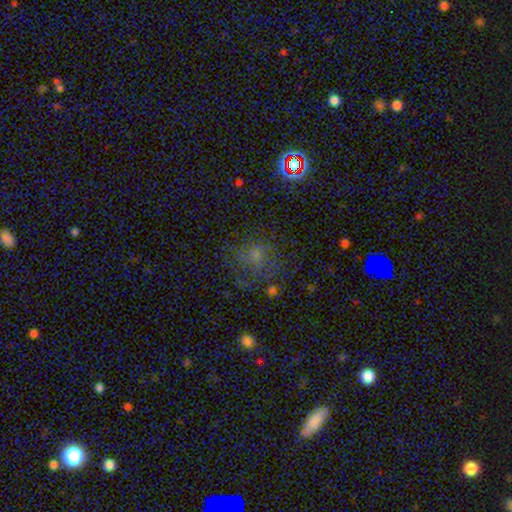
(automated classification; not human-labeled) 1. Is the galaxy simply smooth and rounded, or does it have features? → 55% smooth, 25% star or artifact, 20% featured or disk.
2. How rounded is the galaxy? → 72% round, 27% in between, 1% cigar-shaped.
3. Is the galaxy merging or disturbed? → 58% none, 20% minor disturbance, 18% major disturbance, 4% merger.